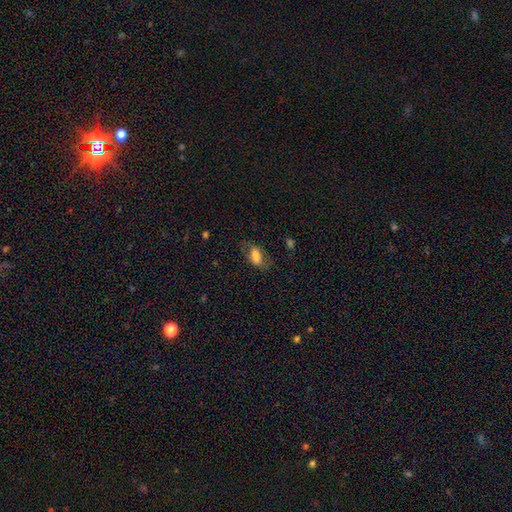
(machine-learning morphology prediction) Smooth or featured: smooth — 70% (featured or disk — 21%)
How rounded: in between — 87% (cigar-shaped — 8%)
Merging: none — 62% (minor disturbance — 22%)